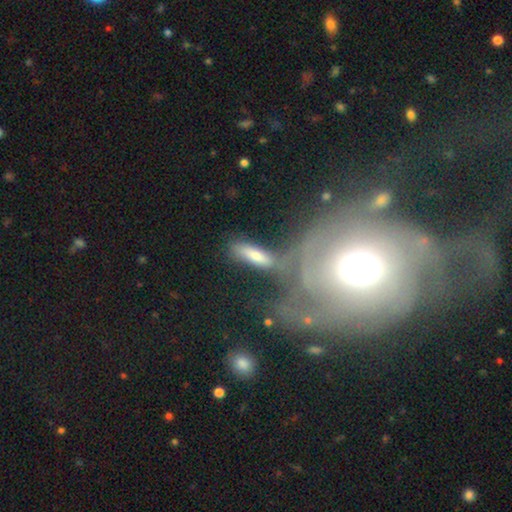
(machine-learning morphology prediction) smooth_or_featured: smooth (p=0.68) [alt: featured or disk p=0.23]
how_rounded: cigar-shaped (p=0.54) [alt: in between p=0.42]
merging: none (p=0.59) [alt: merger p=0.17]